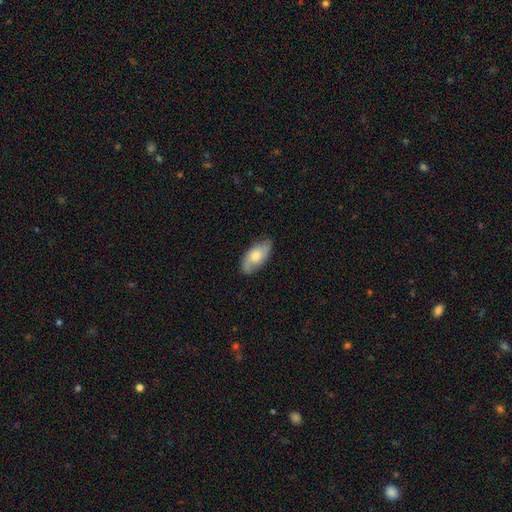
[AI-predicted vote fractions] Morphology: type=smooth (51%); roundness=in between (89%); merging=none (78%).